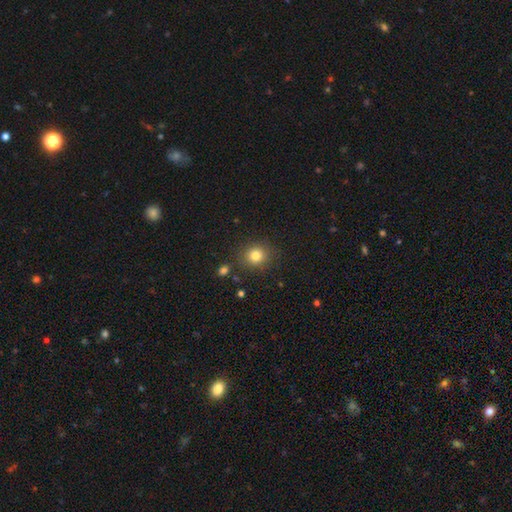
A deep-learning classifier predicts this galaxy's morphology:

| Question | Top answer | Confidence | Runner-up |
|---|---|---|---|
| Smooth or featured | smooth | 81% | star or artifact (12%) |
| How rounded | round | 83% | in between (16%) |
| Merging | none | 86% | minor disturbance (8%) |